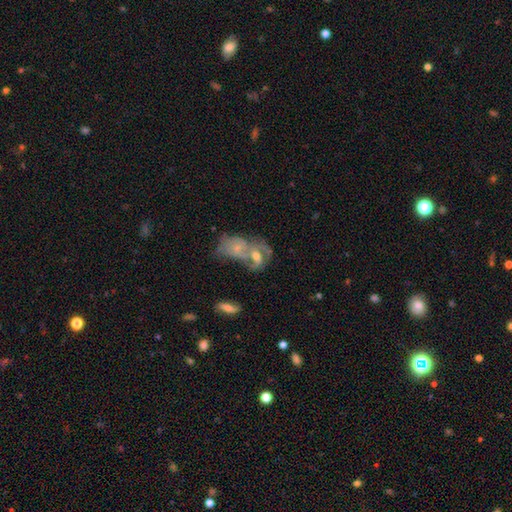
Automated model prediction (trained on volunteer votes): A featured or disk galaxy (64%) with no bar (67%), spiral arms (72%) and a moderate central bulge (47%). Merging: merger (63%).